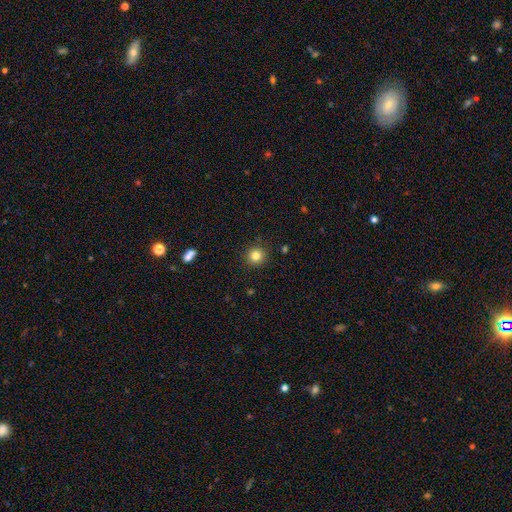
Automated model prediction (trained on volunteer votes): A smooth galaxy with no disk features (82%) that is round (93%).

Vote fractions:
- Smooth or featured? smooth: 82% / star or artifact: 12% / featured or disk: 6%
- How rounded? round: 93% / in between: 6% / cigar-shaped: 1%
- Merging? none: 91% / minor disturbance: 6% / major disturbance: 2% / merger: 1%